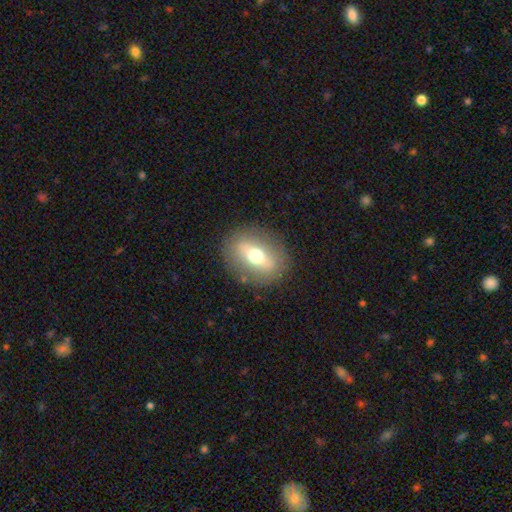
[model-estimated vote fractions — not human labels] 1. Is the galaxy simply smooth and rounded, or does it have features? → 48% smooth, 43% featured or disk, 9% star or artifact.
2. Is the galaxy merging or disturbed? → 85% none, 9% minor disturbance, 4% major disturbance, 1% merger.